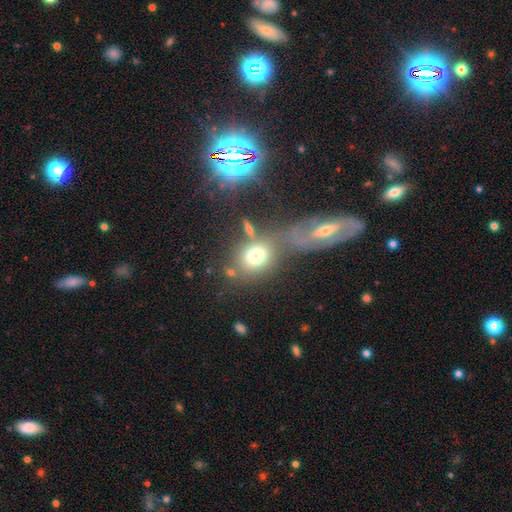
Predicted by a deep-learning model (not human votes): Smooth or featured?
  - smooth: 69% *
  - featured or disk: 18%
  - star or artifact: 13%
How rounded?
  - round: 56% *
  - in between: 42%
  - cigar-shaped: 2%
Merging?
  - none: 42% *
  - merger: 31%
  - minor disturbance: 13%
  - major disturbance: 13%